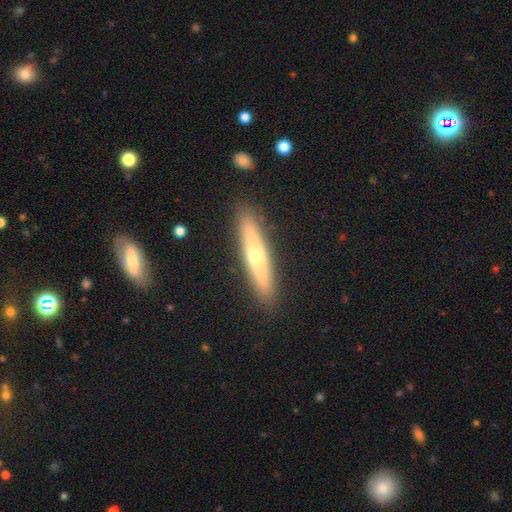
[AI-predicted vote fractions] Smooth or featured?
  - featured or disk: 47% *
  - smooth: 46%
  - star or artifact: 6%
Merging?
  - none: 90% *
  - minor disturbance: 7%
  - major disturbance: 2%
  - merger: 1%